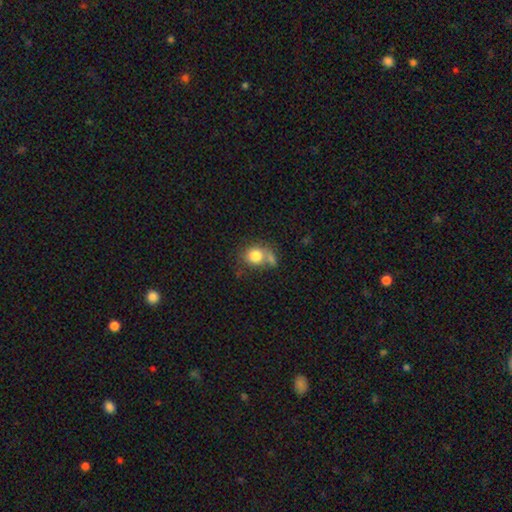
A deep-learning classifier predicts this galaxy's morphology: smooth 80%, featured or disk 11%, star or artifact 9%. Down the decision tree: how rounded — round (72%); merging — none (41%).